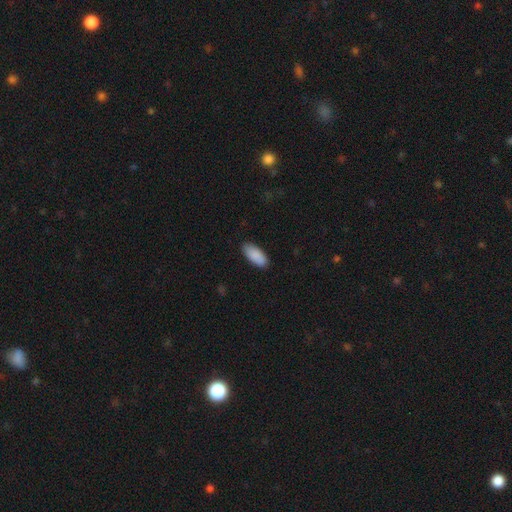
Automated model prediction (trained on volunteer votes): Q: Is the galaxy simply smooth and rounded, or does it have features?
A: smooth — 90%.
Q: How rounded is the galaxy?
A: in between — 89%.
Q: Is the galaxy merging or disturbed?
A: none — 87%.